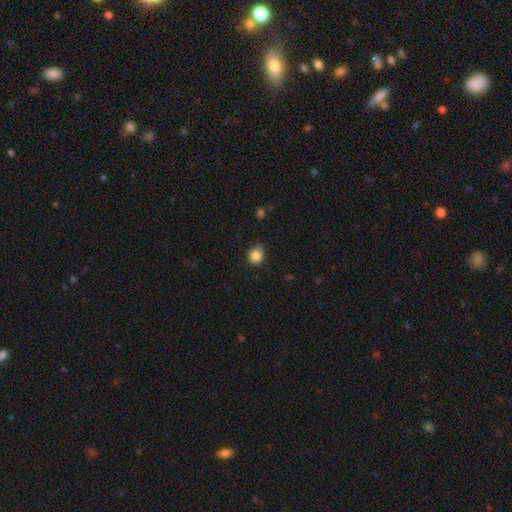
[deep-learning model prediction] Smooth or featured? smooth (85%)
How rounded? round (75%)
Merging? none (71%)